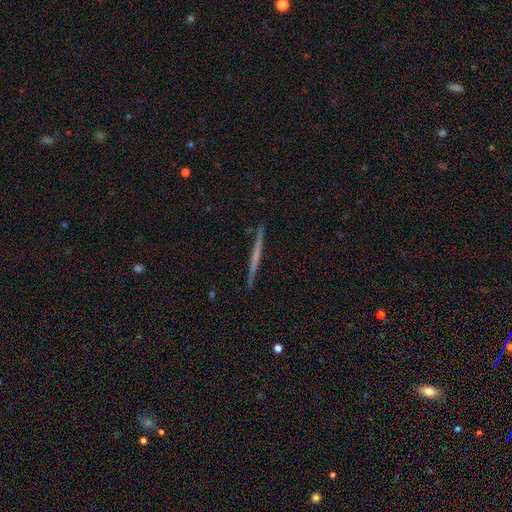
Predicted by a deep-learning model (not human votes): This is possibly a featured or disk galaxy (57%). It is clearly viewed edge-on (98%). Edge-on bulge: clearly none (86%). Merging: clearly none (92%).